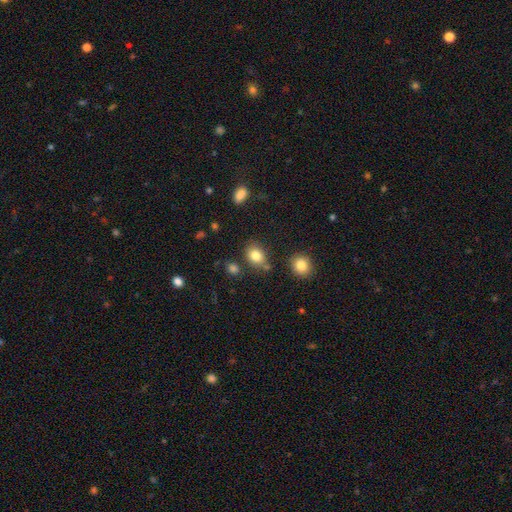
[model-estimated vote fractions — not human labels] This is clearly a smooth galaxy (82%). How rounded: possibly in between (58%). Merging: likely none (74%).